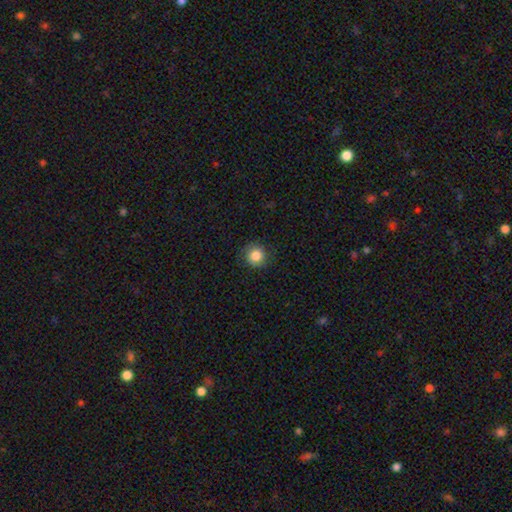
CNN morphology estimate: Smooth or featured: smooth — 85% (star or artifact — 10%)
How rounded: round — 93% (in between — 6%)
Merging: none — 86% (minor disturbance — 10%)